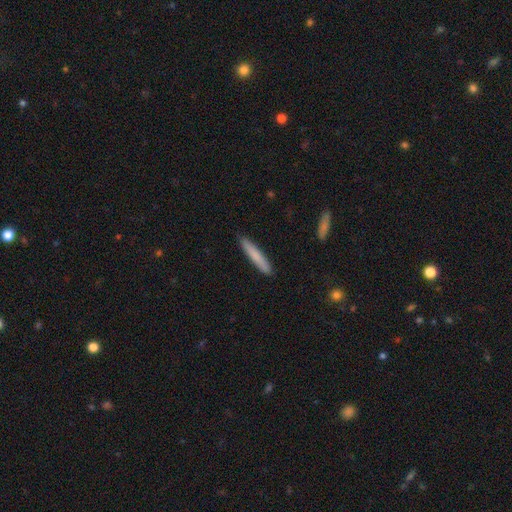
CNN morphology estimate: smooth_or_featured: smooth (p=0.77) [alt: featured or disk p=0.17]
how_rounded: cigar-shaped (p=0.94) [alt: in between p=0.05]
merging: none (p=0.91) [alt: minor disturbance p=0.06]